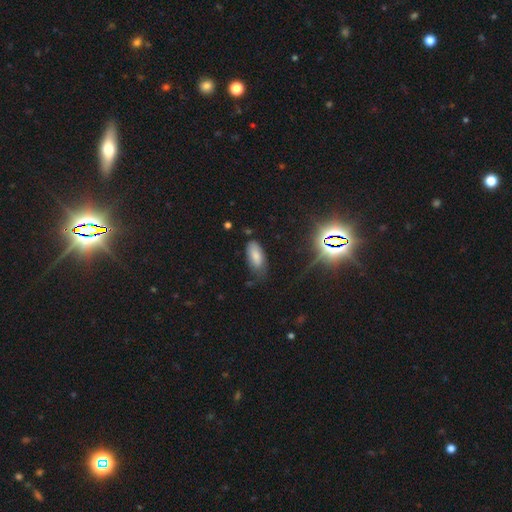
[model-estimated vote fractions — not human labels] A smooth galaxy with no disk features (76%) that is in between round and cigar-shaped (89%). Merging: none (57%).